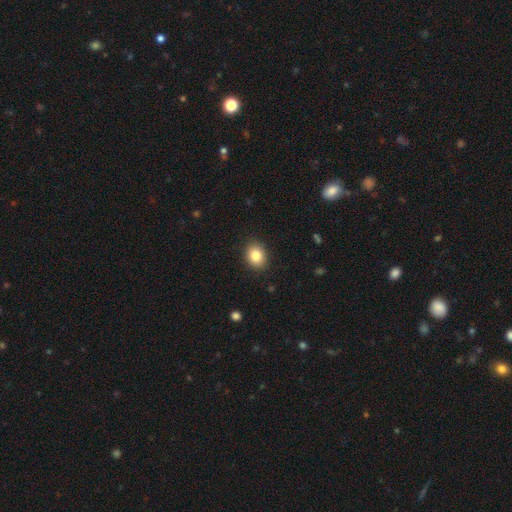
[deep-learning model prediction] This appears to be a smooth galaxy with no disk features (84%) that is round (50%). Merging: none (89%).